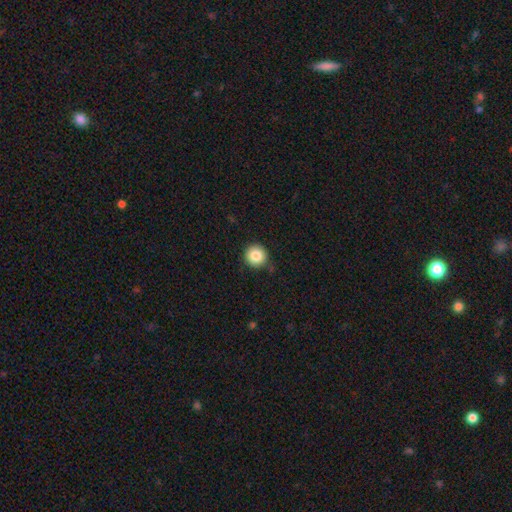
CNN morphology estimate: smooth-or-featured: smooth: 85% | star or artifact: 9% | featured or disk: 6%
  how-rounded: round: 95% | in between: 4% | cigar-shaped: 1%
  merging: none: 87% | minor disturbance: 9% | major disturbance: 2% | merger: 2%